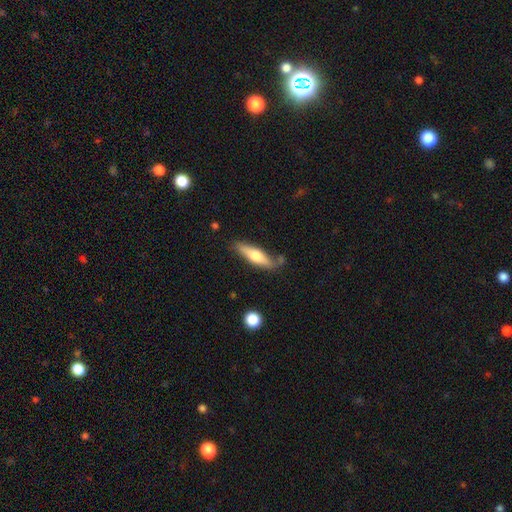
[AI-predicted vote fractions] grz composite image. It shows a smooth galaxy with no disk features (55%) that is cigar-shaped (69%). Merging: none (73%).